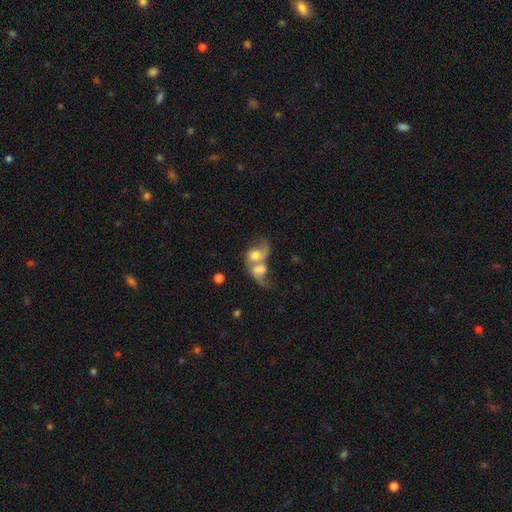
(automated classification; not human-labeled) smooth_or_featured: featured or disk (p=0.50) [alt: smooth p=0.41]
disk_edge_on: no (p=0.96) [alt: yes p=0.04]
merging: merger (p=0.80) [alt: major disturbance p=0.09]